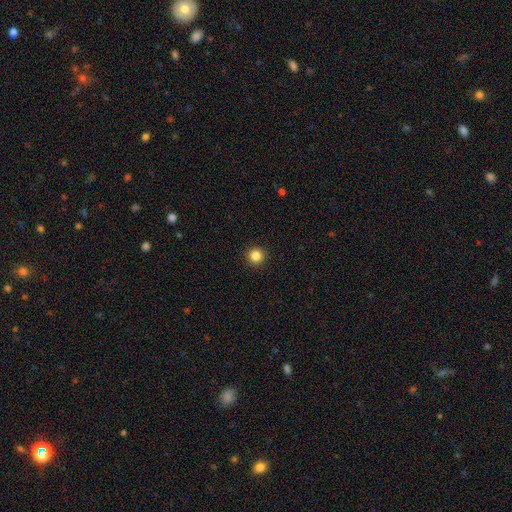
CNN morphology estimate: Overall: smooth (85%). How rounded: round (95%). Merging: none (93%).